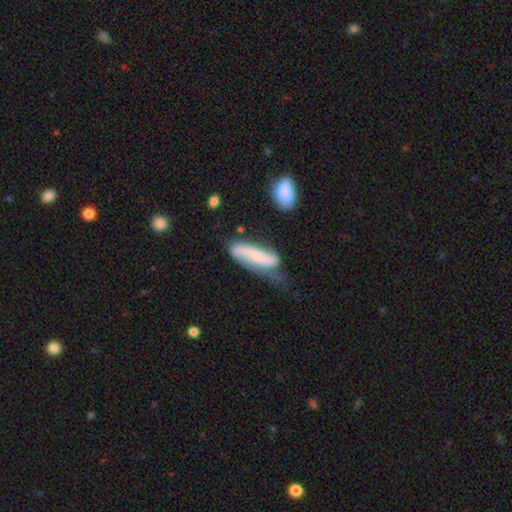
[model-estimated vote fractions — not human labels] Smooth or featured? Predicted: featured or disk (p=0.50). Merging? Predicted: none (p=0.36).